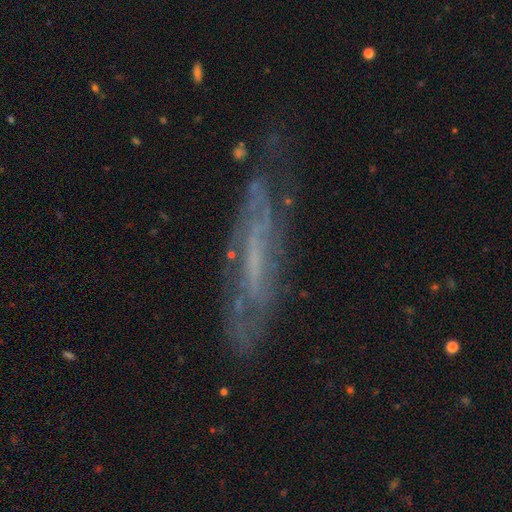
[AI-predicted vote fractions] A featured or disk galaxy (69%). Merging: none (67%).